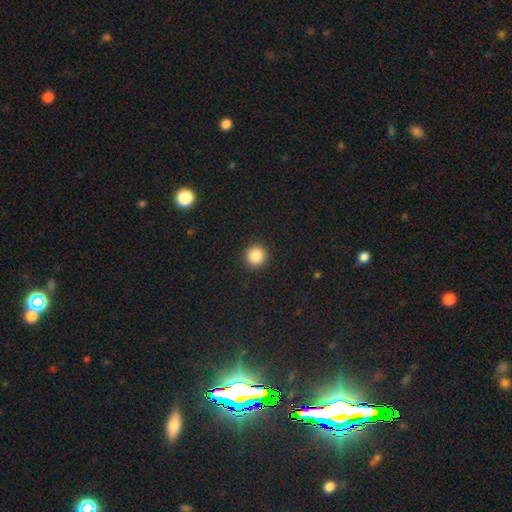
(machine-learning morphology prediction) Q: Smooth or featured?
A: smooth (86%); runner-up: star or artifact (10%)
Q: How rounded?
A: round (94%); runner-up: in between (5%)
Q: Merging?
A: none (93%); runner-up: minor disturbance (5%)